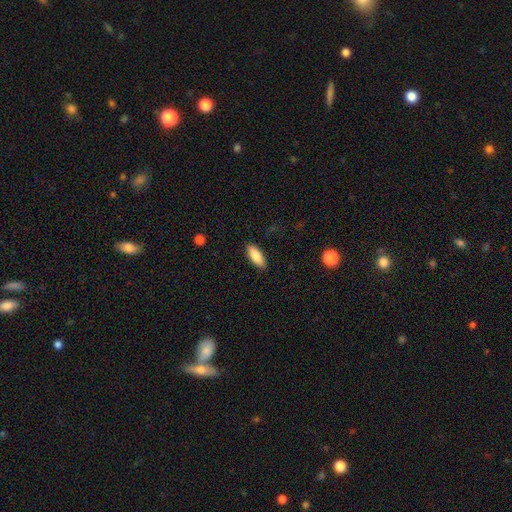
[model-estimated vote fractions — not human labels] smooth 86%, featured or disk 7%, star or artifact 6%. Down the decision tree: how rounded — in between (75%); merging — none (88%).